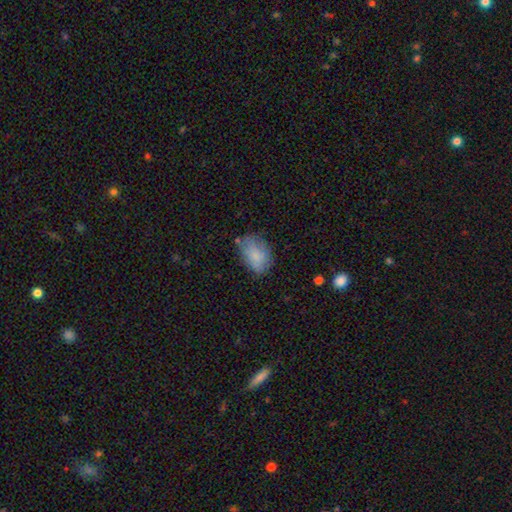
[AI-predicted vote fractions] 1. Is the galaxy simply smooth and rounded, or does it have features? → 80% smooth, 12% featured or disk, 8% star or artifact.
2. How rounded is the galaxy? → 84% in between, 15% round, 1% cigar-shaped.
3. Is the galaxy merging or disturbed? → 66% none, 24% minor disturbance, 7% major disturbance, 3% merger.